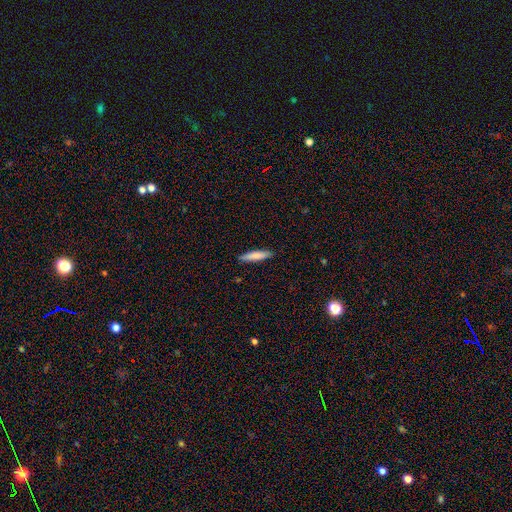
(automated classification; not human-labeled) Smooth or featured? Predicted: smooth (p=0.81). How rounded? Predicted: cigar-shaped (p=0.84). Merging? Predicted: none (p=0.89).